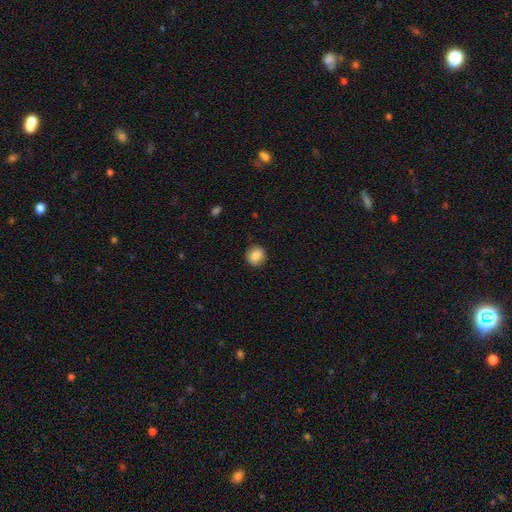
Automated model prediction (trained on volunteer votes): This is clearly a smooth galaxy (86%). How rounded: clearly round (87%). Merging: clearly none (87%).